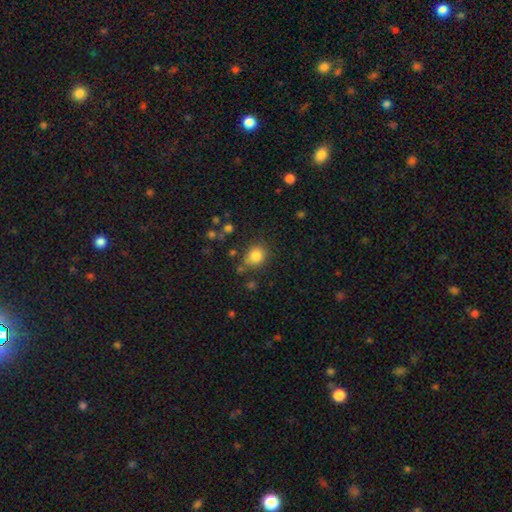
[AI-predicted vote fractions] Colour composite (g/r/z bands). It shows a smooth galaxy with no disk features (83%) that is round (72%). Merging: none (73%).